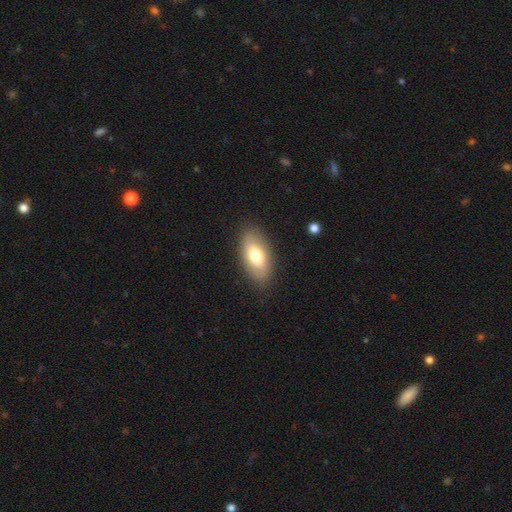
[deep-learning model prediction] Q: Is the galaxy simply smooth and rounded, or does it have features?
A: smooth — 73%.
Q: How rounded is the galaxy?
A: in between — 92%.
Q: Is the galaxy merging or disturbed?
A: none — 85%.